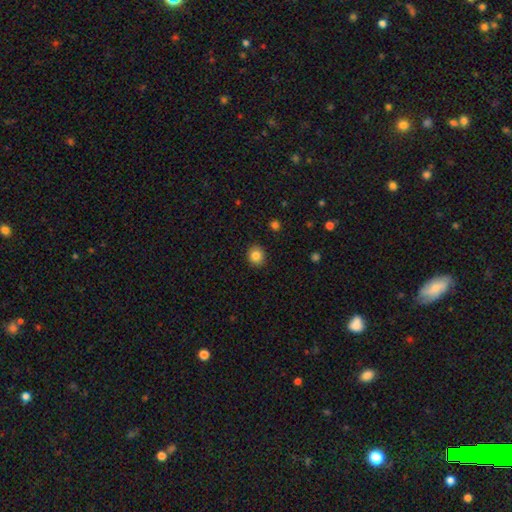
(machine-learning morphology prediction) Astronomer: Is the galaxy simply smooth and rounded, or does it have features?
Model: smooth — 84%.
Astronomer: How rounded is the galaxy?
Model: round — 83%.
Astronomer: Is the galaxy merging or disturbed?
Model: none — 91%.